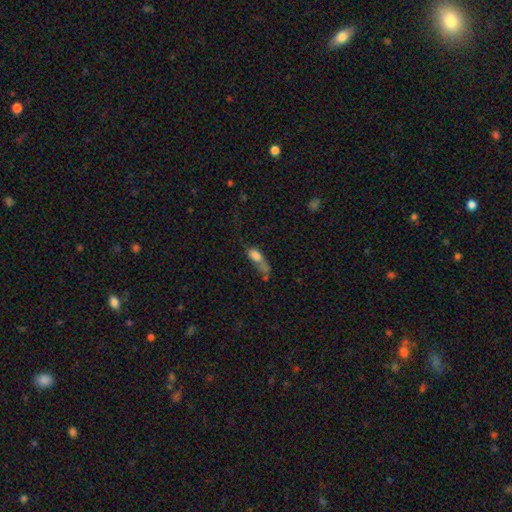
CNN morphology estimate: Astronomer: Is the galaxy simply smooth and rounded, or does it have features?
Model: smooth — 70%.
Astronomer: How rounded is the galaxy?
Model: in between — 68%.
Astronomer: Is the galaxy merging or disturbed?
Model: major disturbance — 33% (runner-up: merger, 26%).